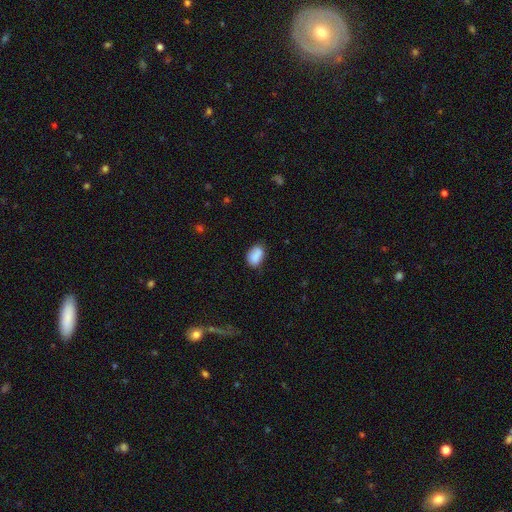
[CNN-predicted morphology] This is clearly a smooth galaxy (85%). How rounded: clearly in between (85%). Merging: likely none (65%).